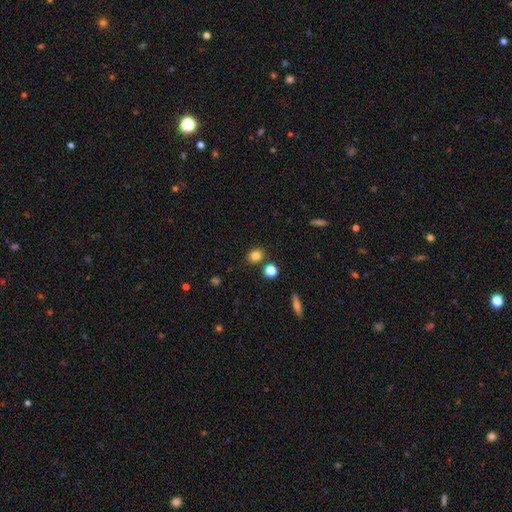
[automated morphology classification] Smooth or featured? Predicted: smooth (p=0.82). How rounded? Predicted: round (p=0.70). Merging? Predicted: none (p=0.83).